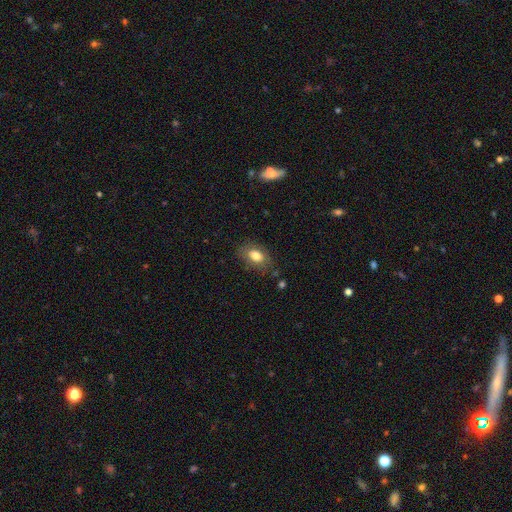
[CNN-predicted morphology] A smooth galaxy with no disk features (79%) that is in between round and cigar-shaped (85%).

Vote fractions:
- Smooth or featured? smooth: 79% / featured or disk: 13% / star or artifact: 8%
- How rounded? in between: 85% / round: 13% / cigar-shaped: 2%
- Merging? none: 77% / minor disturbance: 16% / major disturbance: 5% / merger: 2%